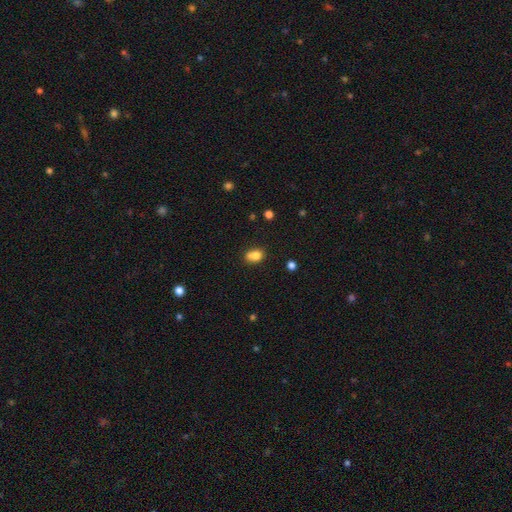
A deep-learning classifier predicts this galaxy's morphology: A smooth galaxy with no disk features (80%) that is in between round and cigar-shaped (66%). Merging: none (56%).